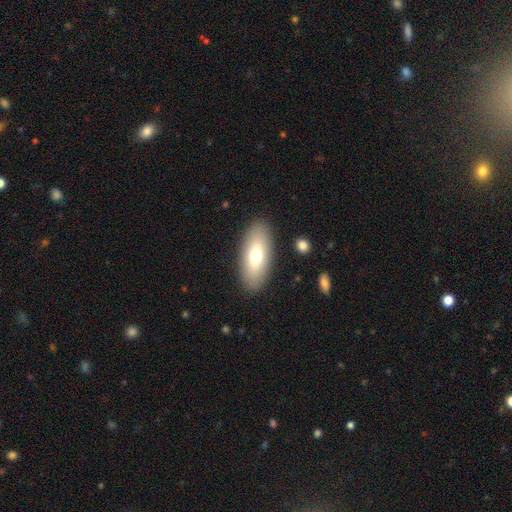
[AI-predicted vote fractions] Overall: smooth (69%). How rounded: in between (85%). Merging: none (88%).